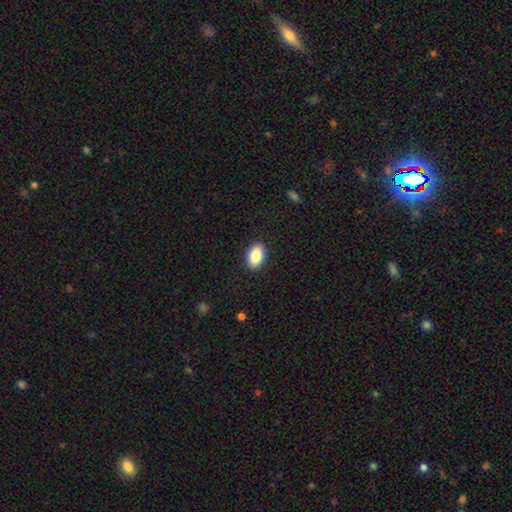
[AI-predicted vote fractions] smooth-or-featured: smooth: 86% | star or artifact: 7% | featured or disk: 7%
  how-rounded: in between: 90% | round: 8% | cigar-shaped: 2%
  merging: none: 89% | minor disturbance: 8% | major disturbance: 2% | merger: 1%